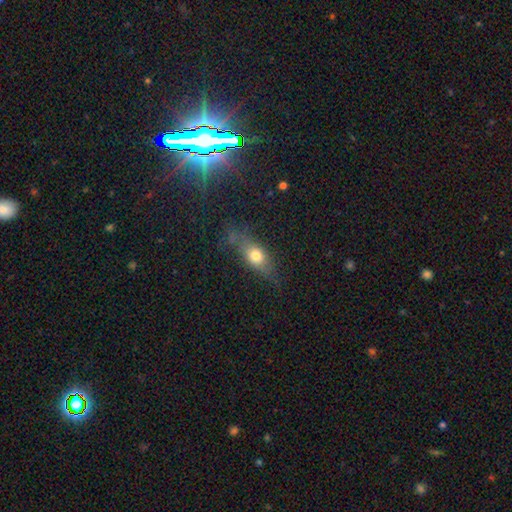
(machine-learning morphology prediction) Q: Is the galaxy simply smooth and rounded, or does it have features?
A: smooth — 63%.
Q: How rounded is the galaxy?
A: in between — 60%.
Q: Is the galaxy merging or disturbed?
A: none — 63%.